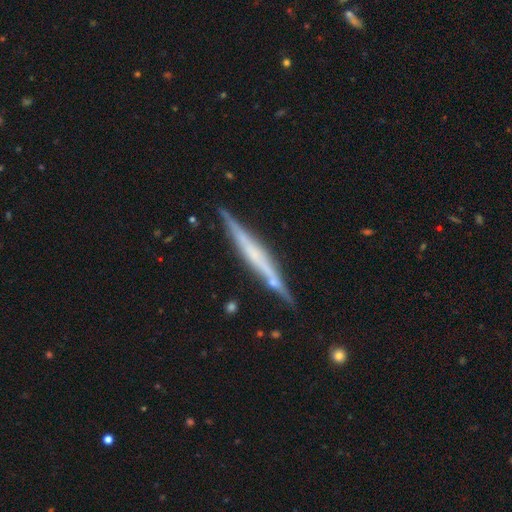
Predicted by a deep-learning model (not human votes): smooth_or_featured: featured or disk (p=0.70) [alt: smooth p=0.24]
disk_edge_on: yes (p=0.97) [alt: no p=0.03]
edge_on_bulge: none (p=0.54) [alt: rounded p=0.26]
merging: none (p=0.84) [alt: minor disturbance p=0.11]